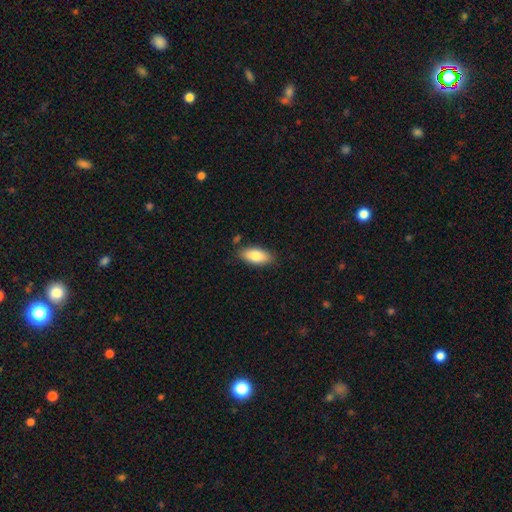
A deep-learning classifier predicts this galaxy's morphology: Overall: smooth (82%). How rounded: in between (87%). Merging: none (83%).